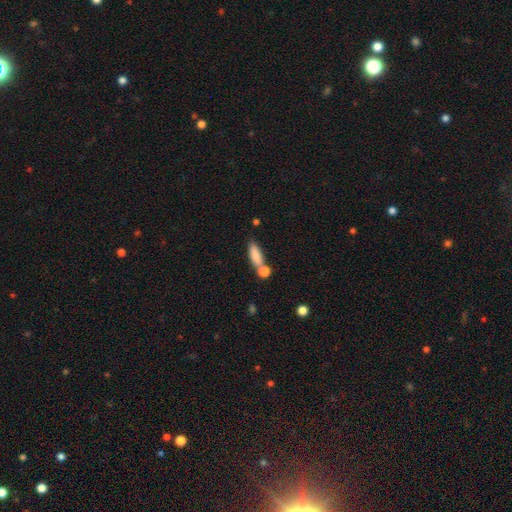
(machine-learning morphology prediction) This is clearly a smooth galaxy (83%). How rounded: likely in between (63%). Merging: possibly none (54%).